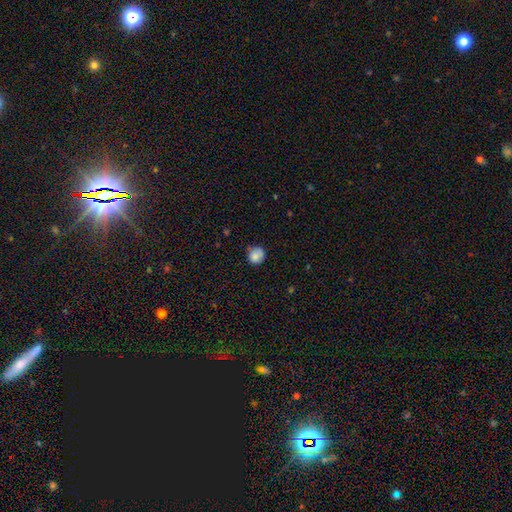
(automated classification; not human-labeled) A smooth galaxy with no disk features (84%) that is round (85%).

Vote fractions:
- Smooth or featured? smooth: 84% / star or artifact: 9% / featured or disk: 7%
- How rounded? round: 85% / in between: 14% / cigar-shaped: 1%
- Merging? none: 68% / minor disturbance: 26% / major disturbance: 5% / merger: 2%